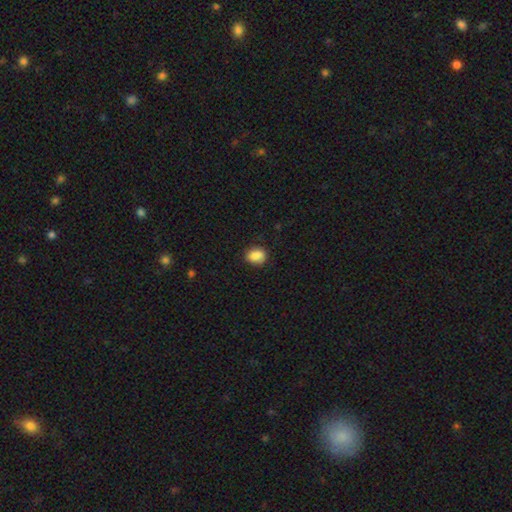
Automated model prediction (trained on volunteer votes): Q: Smooth or featured?
A: smooth (85%); runner-up: star or artifact (9%)
Q: How rounded?
A: in between (58%); runner-up: round (41%)
Q: Merging?
A: none (73%); runner-up: minor disturbance (20%)